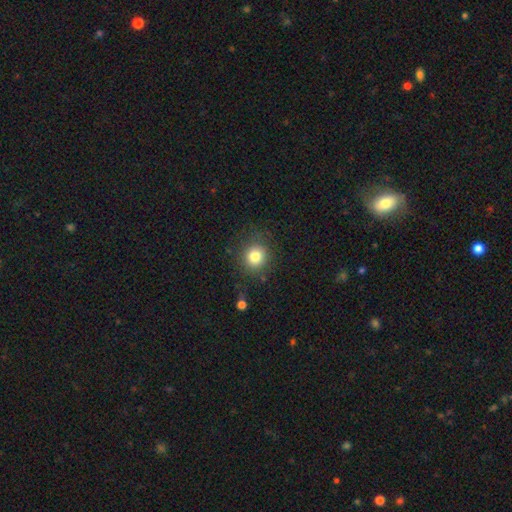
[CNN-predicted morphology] Smooth or featured: smooth — 80% (star or artifact — 14%)
How rounded: round — 87% (in between — 13%)
Merging: none — 86% (minor disturbance — 10%)